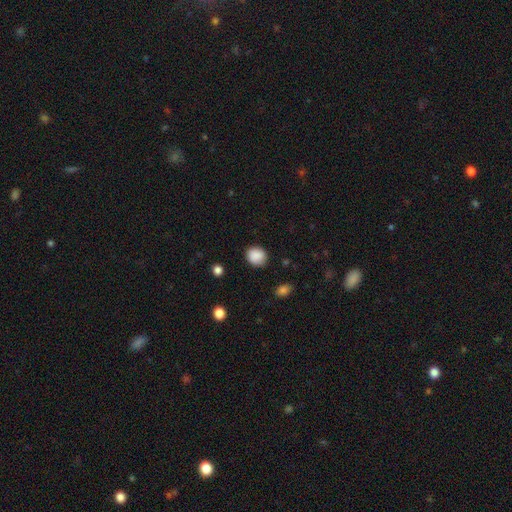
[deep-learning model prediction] smooth-or-featured: smooth: 88% | star or artifact: 8% | featured or disk: 4%
  how-rounded: round: 74% | in between: 25% | cigar-shaped: 1%
  merging: none: 84% | minor disturbance: 12% | major disturbance: 3% | merger: 1%